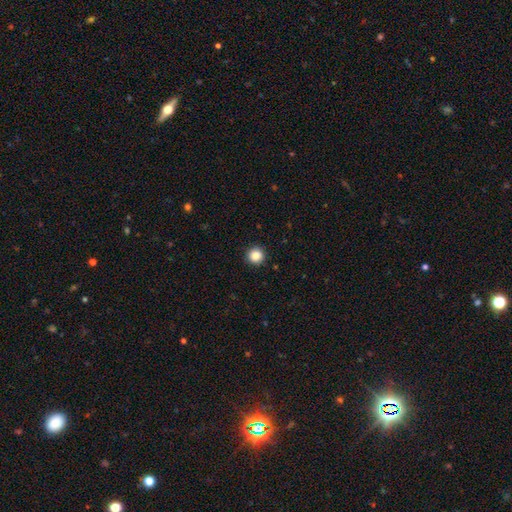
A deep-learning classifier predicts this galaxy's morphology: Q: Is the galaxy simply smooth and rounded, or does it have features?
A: smooth — 87%.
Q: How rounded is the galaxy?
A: round — 95%.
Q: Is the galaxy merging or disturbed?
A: none — 93%.